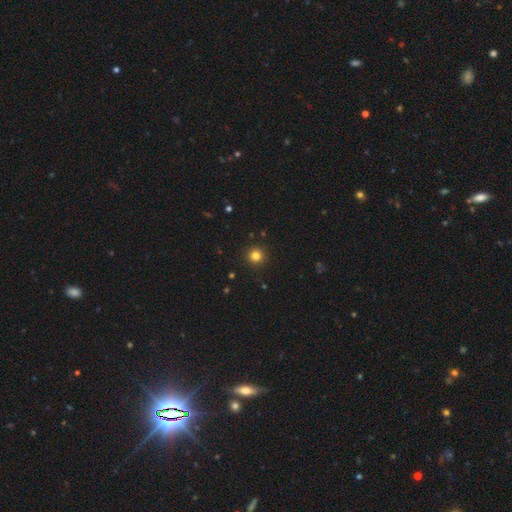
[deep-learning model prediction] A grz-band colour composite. It shows a smooth galaxy with no disk features (81%) that is round (96%). Merging: none (93%).